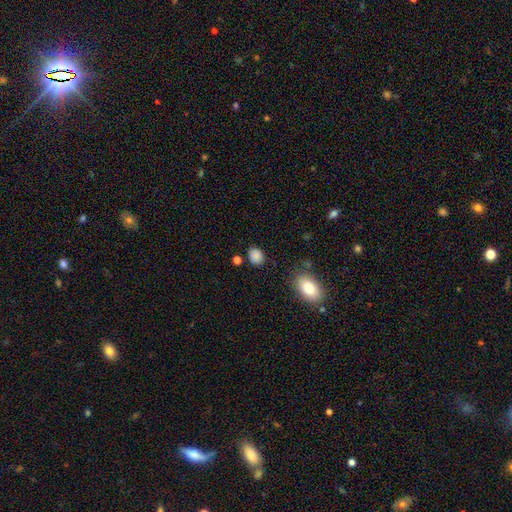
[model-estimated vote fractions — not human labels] This is clearly a smooth galaxy (86%). How rounded: possibly in between (51%). Merging: clearly none (82%).